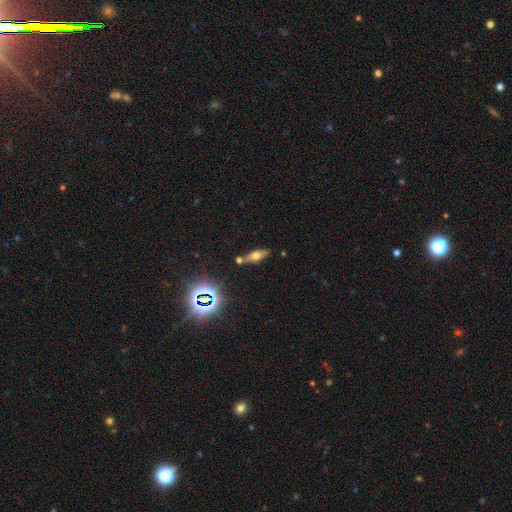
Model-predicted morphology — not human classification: Smooth or featured? smooth (43%)
Merging? none (74%)